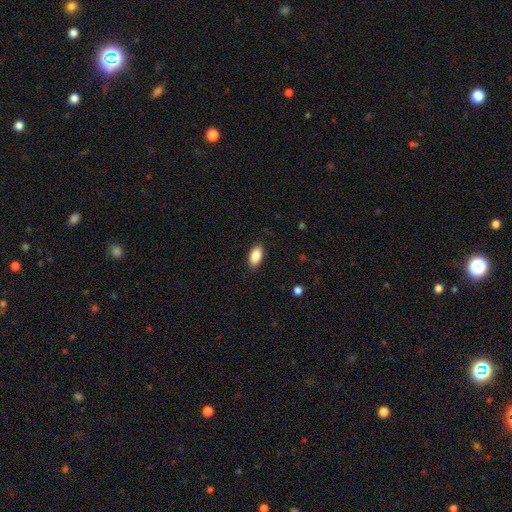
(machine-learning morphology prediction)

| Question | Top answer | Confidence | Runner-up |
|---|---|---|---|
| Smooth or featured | smooth | 88% | star or artifact (7%) |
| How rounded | in between | 91% | cigar-shaped (6%) |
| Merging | none | 87% | minor disturbance (10%) |